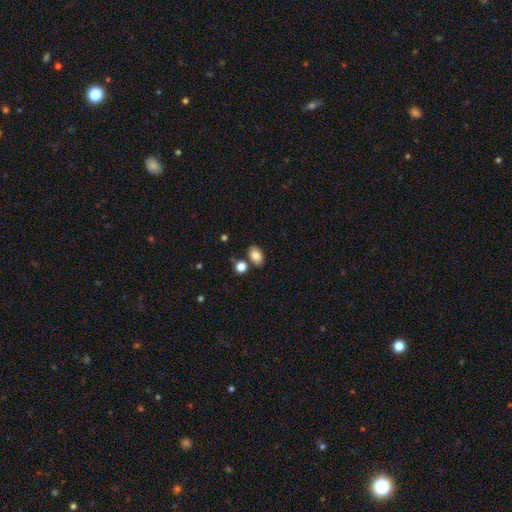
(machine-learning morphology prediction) smooth 84%, star or artifact 9%, featured or disk 7%. Down the decision tree: how rounded — in between (86%); merging — none (78%).